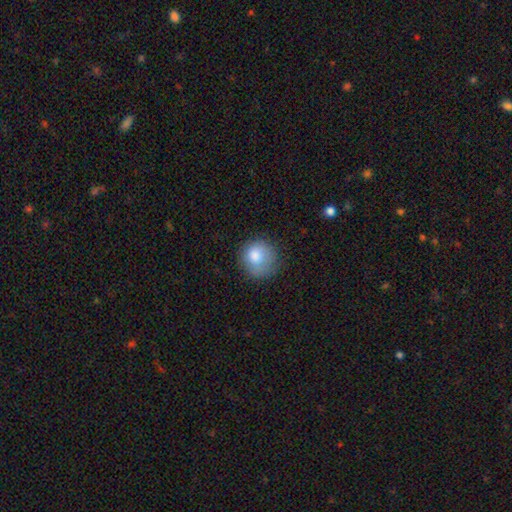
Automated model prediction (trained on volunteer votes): smooth_or_featured: smooth (p=0.82) [alt: featured or disk p=0.09]
how_rounded: round (p=0.86) [alt: in between p=0.13]
merging: none (p=0.66) [alt: minor disturbance p=0.23]